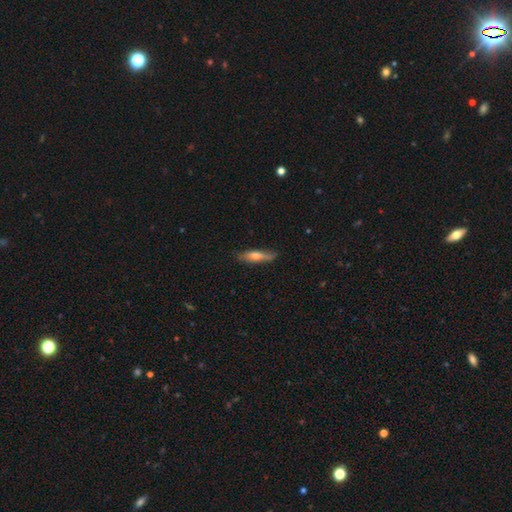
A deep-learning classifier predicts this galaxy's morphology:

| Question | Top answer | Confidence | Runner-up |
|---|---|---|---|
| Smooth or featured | smooth | 59% | featured or disk (35%) |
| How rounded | cigar-shaped | 73% | in between (25%) |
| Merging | none | 78% | minor disturbance (18%) |